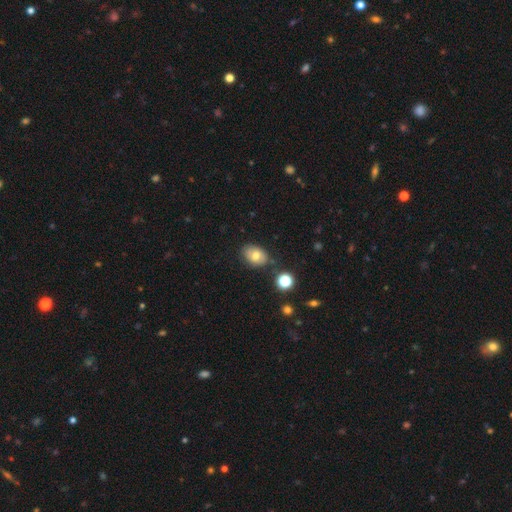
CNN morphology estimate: Smooth or featured? Predicted: smooth (p=0.69). How rounded? Predicted: in between (p=0.73). Merging? Predicted: none (p=0.76).